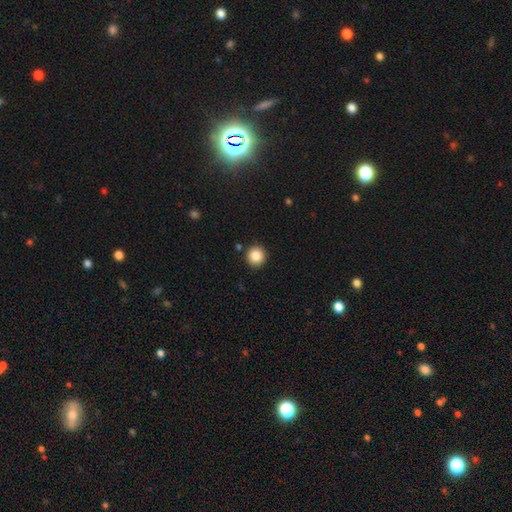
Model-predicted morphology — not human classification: smooth_or_featured: smooth (p=0.86) [alt: star or artifact p=0.09]
how_rounded: round (p=0.95) [alt: in between p=0.04]
merging: none (p=0.92) [alt: minor disturbance p=0.05]